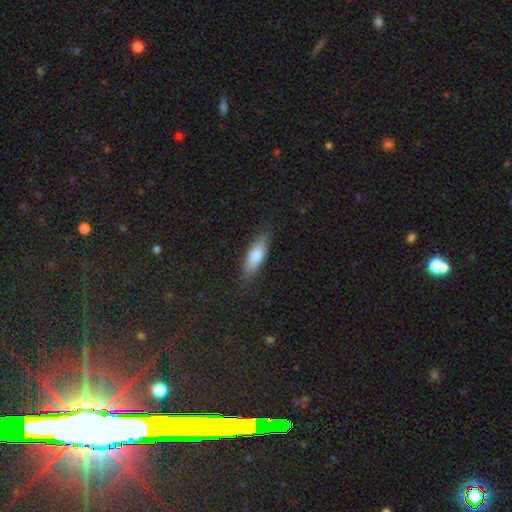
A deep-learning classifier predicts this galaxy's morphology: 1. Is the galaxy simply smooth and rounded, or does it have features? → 72% smooth, 21% featured or disk, 6% star or artifact.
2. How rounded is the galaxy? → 51% cigar-shaped, 46% in between, 2% round.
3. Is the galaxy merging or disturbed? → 86% none, 11% minor disturbance, 2% major disturbance, 1% merger.